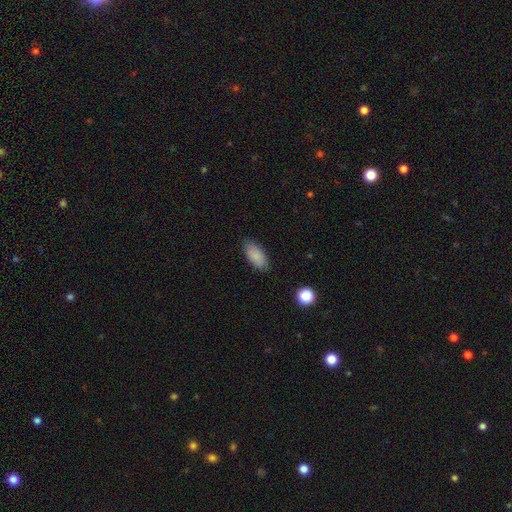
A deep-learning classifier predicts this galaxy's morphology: Smooth or featured? Predicted: smooth (p=0.84). How rounded? Predicted: in between (p=0.90). Merging? Predicted: none (p=0.81).